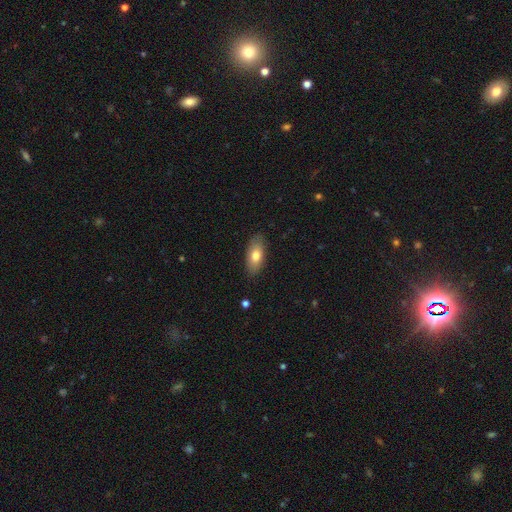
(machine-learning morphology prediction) This is likely a smooth galaxy (75%). How rounded: clearly in between (86%). Merging: clearly none (86%).